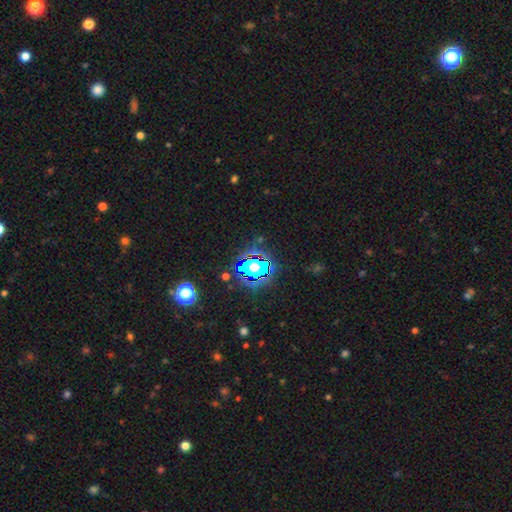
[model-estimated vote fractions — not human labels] Smooth or featured?
  - star or artifact: 65% *
  - smooth: 24%
  - featured or disk: 11%